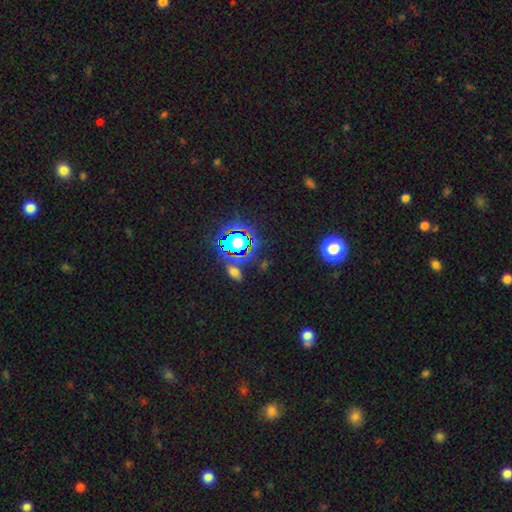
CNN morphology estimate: Smooth or featured: star or artifact — 79% (smooth — 13%)